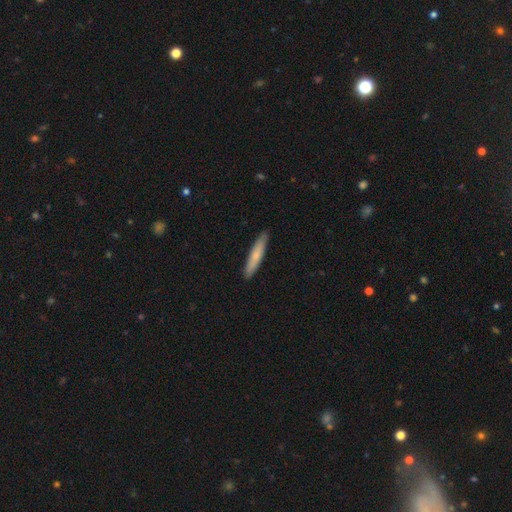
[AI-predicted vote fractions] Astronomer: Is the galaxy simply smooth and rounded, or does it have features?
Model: smooth — 71%.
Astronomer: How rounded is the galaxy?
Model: cigar-shaped — 91%.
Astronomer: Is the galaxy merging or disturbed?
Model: none — 89%.